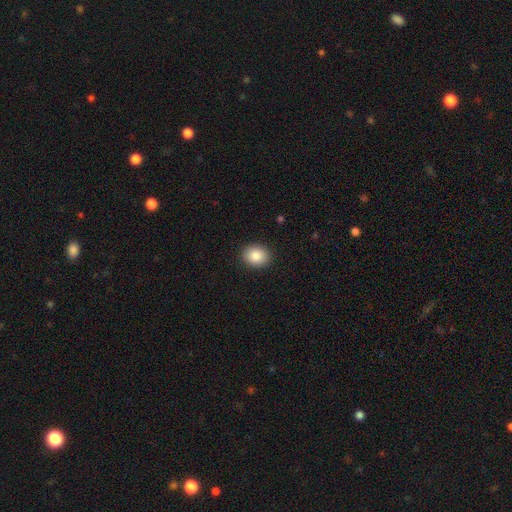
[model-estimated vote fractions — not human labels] Smooth or featured? smooth (86%)
How rounded? round (58%)
Merging? none (90%)